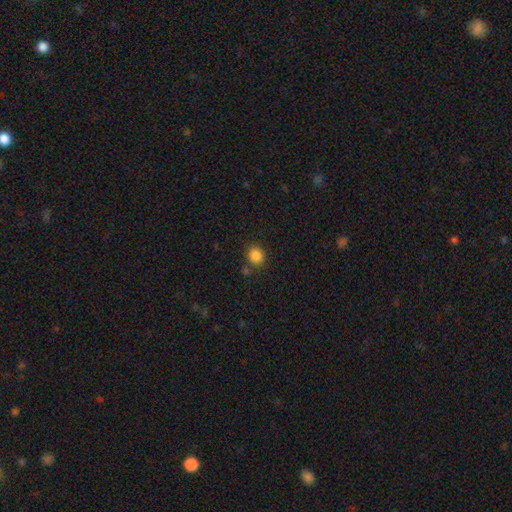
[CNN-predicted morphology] Q: Smooth or featured?
A: smooth (85%); runner-up: star or artifact (11%)
Q: How rounded?
A: round (82%); runner-up: in between (17%)
Q: Merging?
A: none (81%); runner-up: minor disturbance (10%)